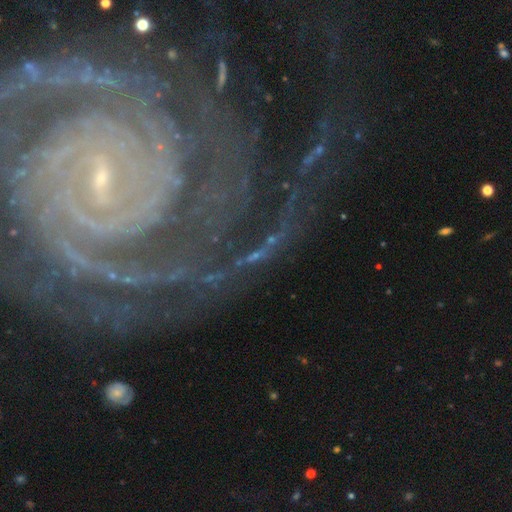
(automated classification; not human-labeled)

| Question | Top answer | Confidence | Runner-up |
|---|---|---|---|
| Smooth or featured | featured or disk | 81% | star or artifact (12%) |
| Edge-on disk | no | 95% | yes (5%) |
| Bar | strong | 38% | weak (32%) |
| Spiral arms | yes | 95% | no (5%) |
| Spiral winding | tight | 73% | medium (20%) |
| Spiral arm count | can't tell | 23% | 2 (21%) |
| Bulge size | small | 77% | moderate (14%) |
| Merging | none | 72% | minor disturbance (13%) |